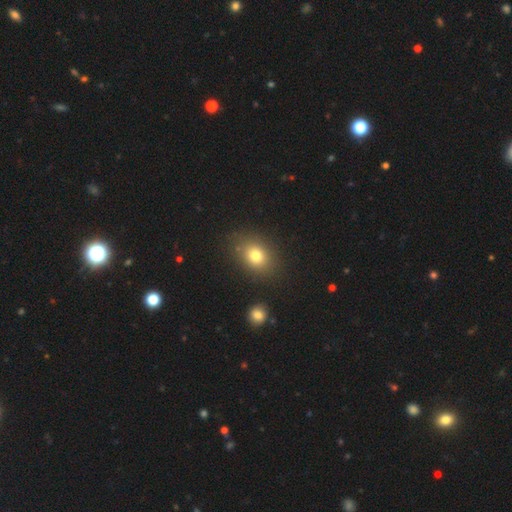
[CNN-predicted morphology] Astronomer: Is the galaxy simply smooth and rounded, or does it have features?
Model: smooth — 78%.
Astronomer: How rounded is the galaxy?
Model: in between — 56% (runner-up: round, 43%).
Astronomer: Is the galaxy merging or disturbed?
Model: none — 81%.